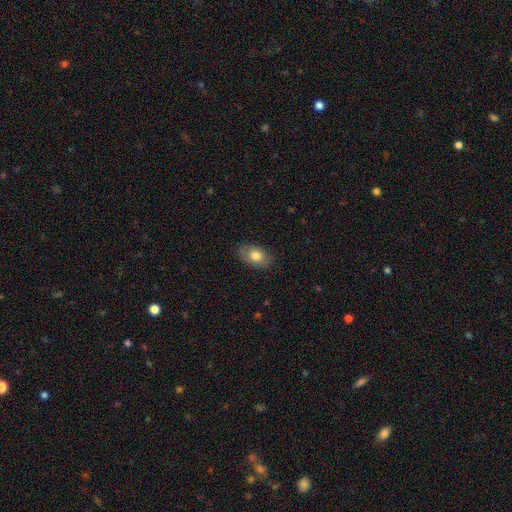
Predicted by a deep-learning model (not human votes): Q: Smooth or featured?
A: smooth (75%); runner-up: featured or disk (18%)
Q: How rounded?
A: in between (87%); runner-up: round (12%)
Q: Merging?
A: none (80%); runner-up: minor disturbance (15%)